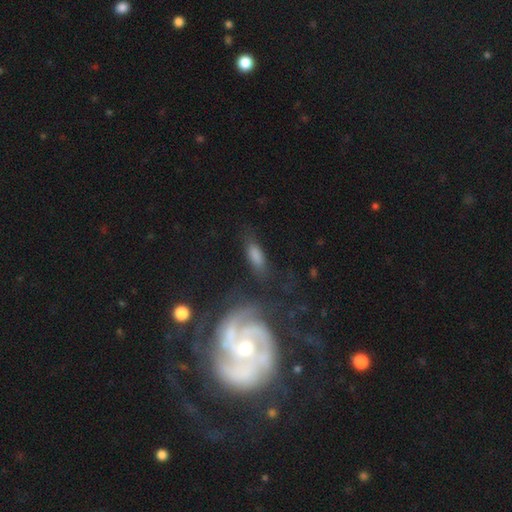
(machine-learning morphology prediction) smooth_or_featured: smooth (p=0.73) [alt: featured or disk p=0.16]
how_rounded: in between (p=0.64) [alt: cigar-shaped p=0.32]
merging: none (p=0.64) [alt: minor disturbance p=0.20]